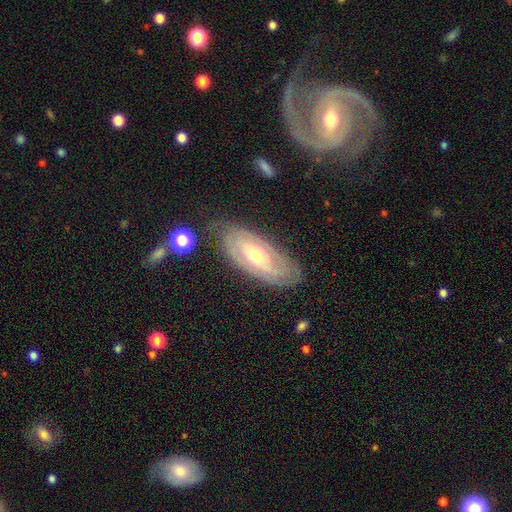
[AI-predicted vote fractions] Smooth or featured?
  - featured or disk: 74% *
  - smooth: 20%
  - star or artifact: 7%
Edge-on disk?
  - no: 88% *
  - yes: 12%
Bar?
  - no: 56% *
  - weak: 32%
  - strong: 12%
Spiral arms?
  - yes: 82% *
  - no: 18%
Spiral winding?
  - tight: 70% *
  - medium: 23%
  - loose: 7%
Spiral arm count?
  - can't tell: 52% *
  - 2: 29%
  - 3: 9%
  - 4: 4%
  - 1: 4%
  - more than 4: 3%
Bulge size?
  - moderate: 51% *
  - small: 45%
  - large: 2%
  - none: 1%
  - dominant: 1%
Merging?
  - none: 77% *
  - minor disturbance: 17%
  - major disturbance: 5%
  - merger: 2%